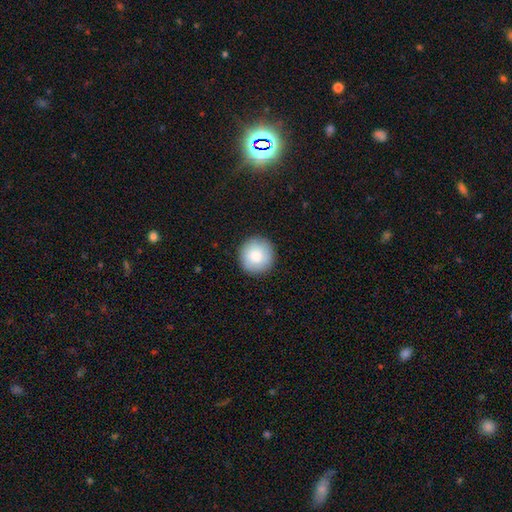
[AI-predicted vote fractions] This is clearly a smooth galaxy (84%). How rounded: clearly round (95%). Merging: clearly none (90%).